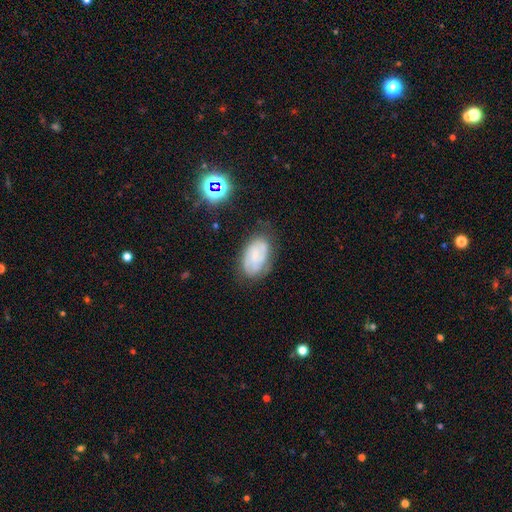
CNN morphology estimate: Overall: featured or disk (60%; smooth 31%). Edge-on disk: no (96%). Bar: no (58%; weak 34%). Spiral arms: yes (84%). Bulge size: small (57%; none 20%). Merging: none (68%).